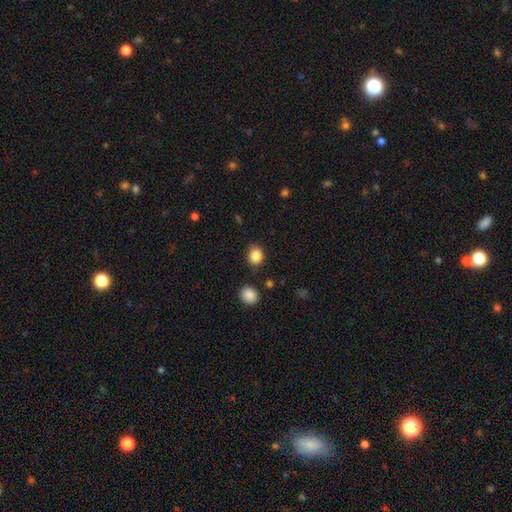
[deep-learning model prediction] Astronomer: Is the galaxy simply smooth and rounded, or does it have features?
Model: smooth — 86%.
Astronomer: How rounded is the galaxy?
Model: round — 65%.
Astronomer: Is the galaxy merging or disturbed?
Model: none — 78%.